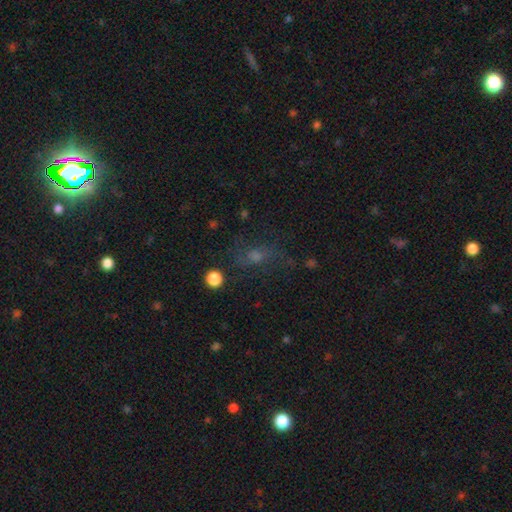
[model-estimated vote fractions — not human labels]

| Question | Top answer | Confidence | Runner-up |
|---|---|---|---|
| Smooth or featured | smooth | 37% | star or artifact (32%) |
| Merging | none | 61% | minor disturbance (19%) |